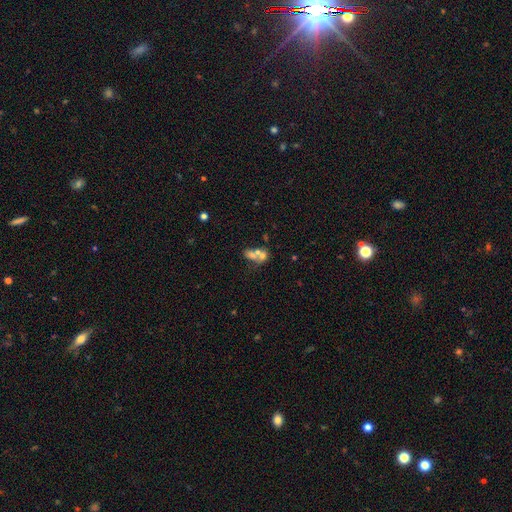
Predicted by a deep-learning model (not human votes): A smooth galaxy with no disk features (50%) that is in between round and cigar-shaped (53%).

Vote fractions:
- Smooth or featured? smooth: 50% / featured or disk: 30% / star or artifact: 20%
- How rounded? in between: 53% / round: 44% / cigar-shaped: 3%
- Merging? merger: 59% / none: 27% / minor disturbance: 8% / major disturbance: 7%